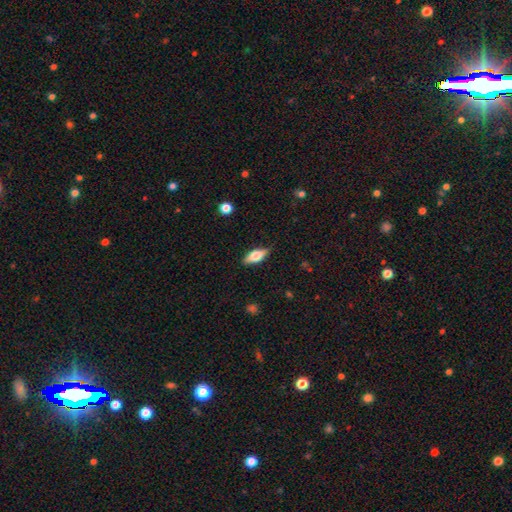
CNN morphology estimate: smooth 60%, featured or disk 34%, star or artifact 7%. Down the decision tree: how rounded — in between (75%); merging — none (85%).